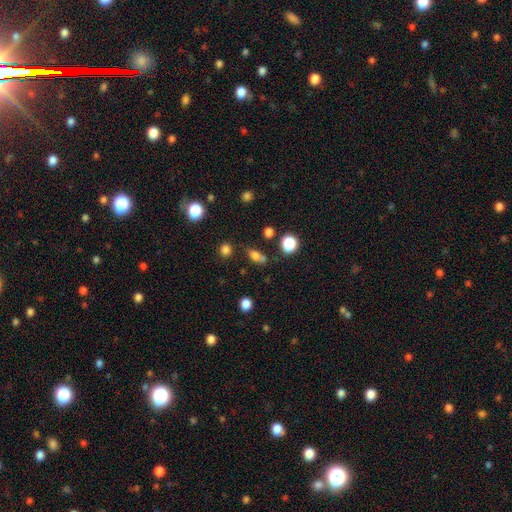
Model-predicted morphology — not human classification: smooth_or_featured: smooth (p=0.73) [alt: star or artifact p=0.14]
how_rounded: in between (p=0.62) [alt: round p=0.25]
merging: none (p=0.62) [alt: minor disturbance p=0.18]